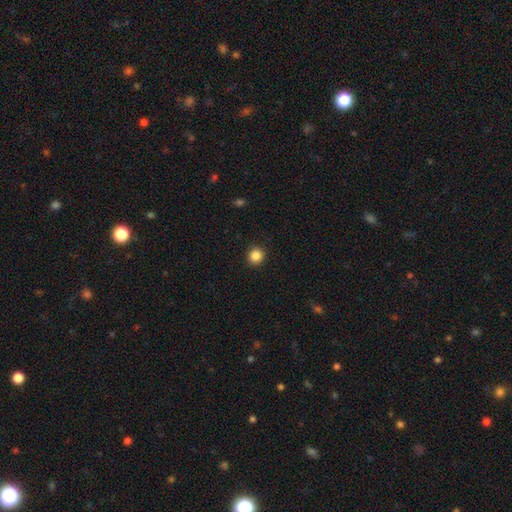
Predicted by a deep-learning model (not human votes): smooth-or-featured: smooth: 86% | star or artifact: 11% | featured or disk: 4%
  how-rounded: round: 93% | in between: 6% | cigar-shaped: 1%
  merging: none: 92% | minor disturbance: 5% | major disturbance: 2% | merger: 1%